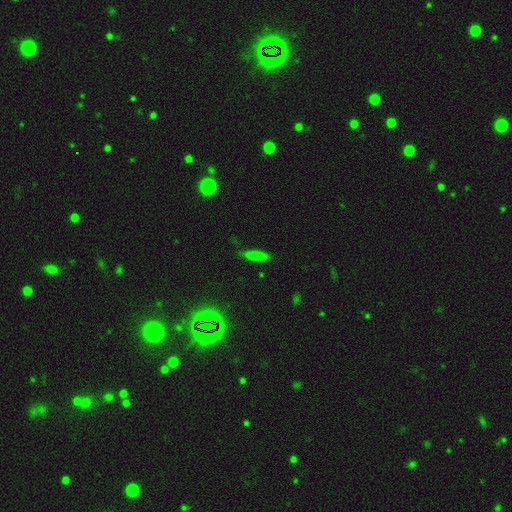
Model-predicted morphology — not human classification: A smooth galaxy with no disk features (71%) that is cigar-shaped (74%). Merging: none (80%).